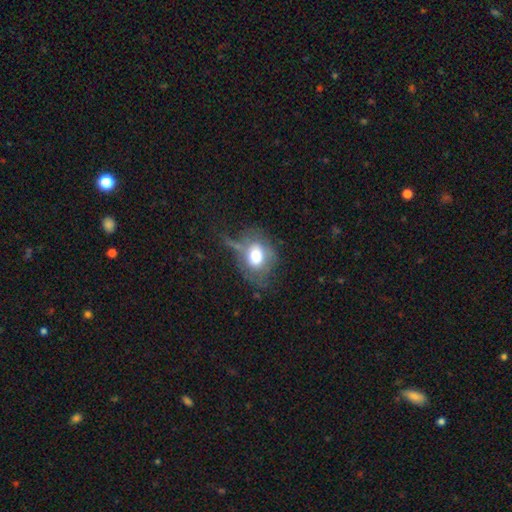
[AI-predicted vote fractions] This appears to be a smooth galaxy with no disk features (66%) that is in between round and cigar-shaped (54%). Merging: none (41%).